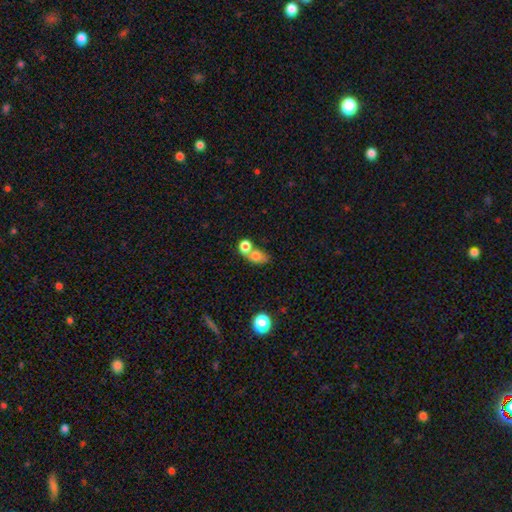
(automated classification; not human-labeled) smooth-or-featured: smooth: 74% | featured or disk: 14% | star or artifact: 12%
  how-rounded: in between: 55% | round: 42% | cigar-shaped: 3%
  merging: merger: 53% | none: 31% | minor disturbance: 10% | major disturbance: 6%